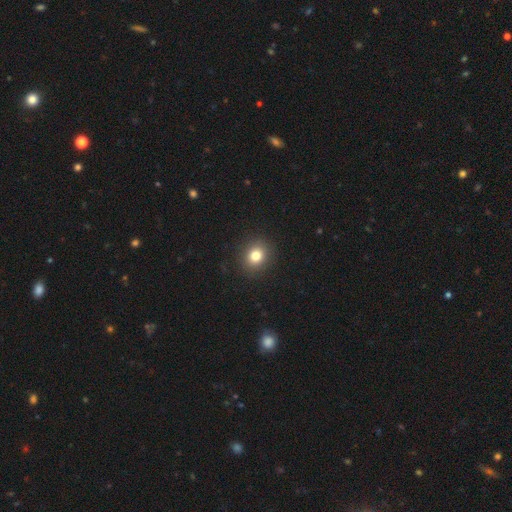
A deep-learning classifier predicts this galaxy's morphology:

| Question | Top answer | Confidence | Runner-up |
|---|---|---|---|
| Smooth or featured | smooth | 81% | star or artifact (12%) |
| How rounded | round | 72% | in between (27%) |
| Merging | none | 90% | minor disturbance (7%) |